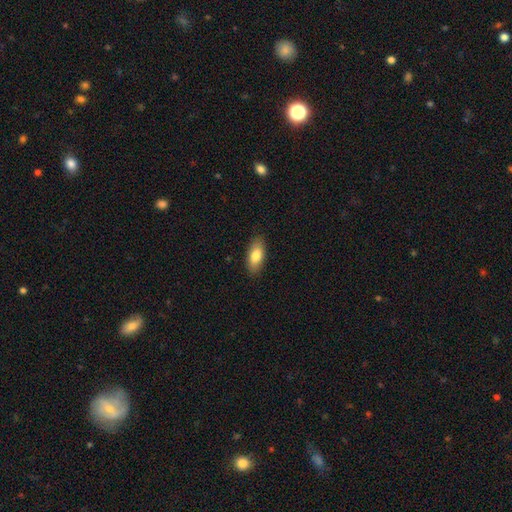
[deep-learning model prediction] Smooth or featured: smooth — 81% (featured or disk — 13%)
How rounded: in between — 85% (cigar-shaped — 12%)
Merging: none — 88% (minor disturbance — 9%)